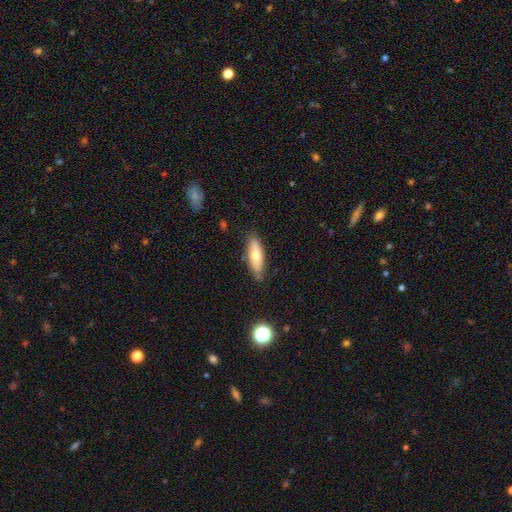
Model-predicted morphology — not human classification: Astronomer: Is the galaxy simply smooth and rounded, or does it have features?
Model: smooth — 69%.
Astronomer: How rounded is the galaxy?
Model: in between — 53% (runner-up: cigar-shaped, 46%).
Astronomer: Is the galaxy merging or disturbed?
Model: none — 80%.